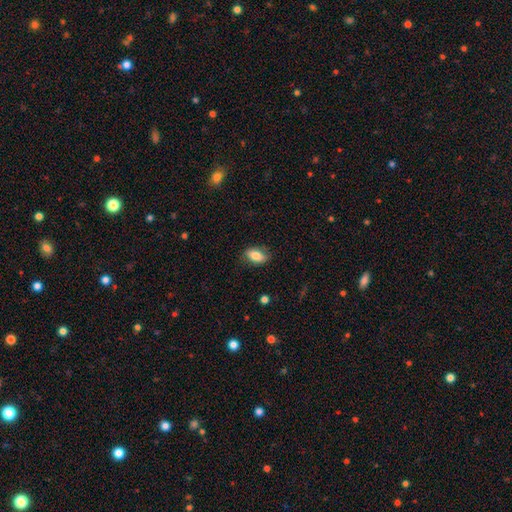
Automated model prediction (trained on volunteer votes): Morphology: type=smooth (80%); roundness=in between (89%); merging=none (79%).